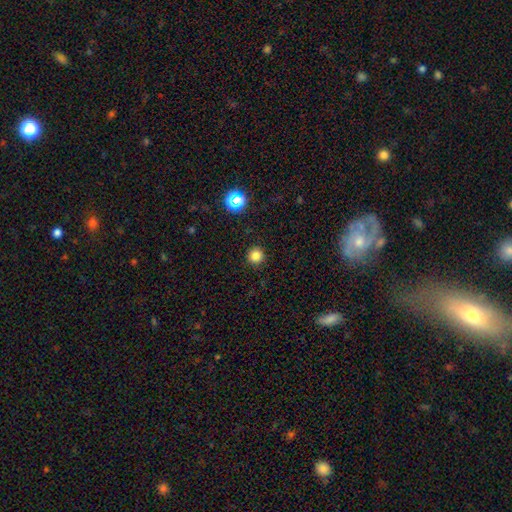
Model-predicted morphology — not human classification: The model was most divided on "smooth or featured": smooth: 82%, star or artifact: 14%, featured or disk: 4%. More confident: how rounded — round (96%); merging — none (92%).